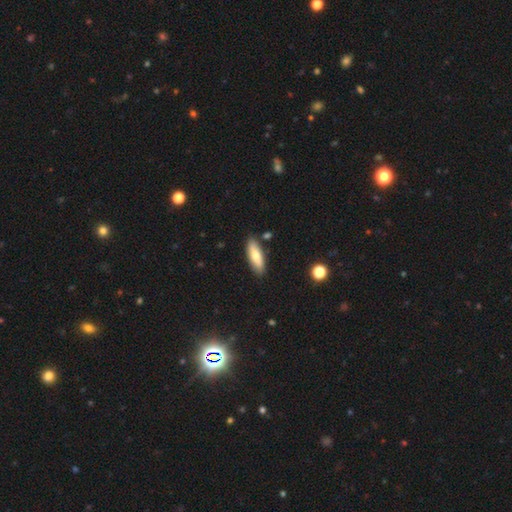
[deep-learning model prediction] Smooth or featured?
  - smooth: 69% *
  - featured or disk: 25%
  - star or artifact: 6%
How rounded?
  - in between: 58% *
  - cigar-shaped: 40%
  - round: 2%
Merging?
  - none: 85% *
  - minor disturbance: 10%
  - merger: 3%
  - major disturbance: 2%